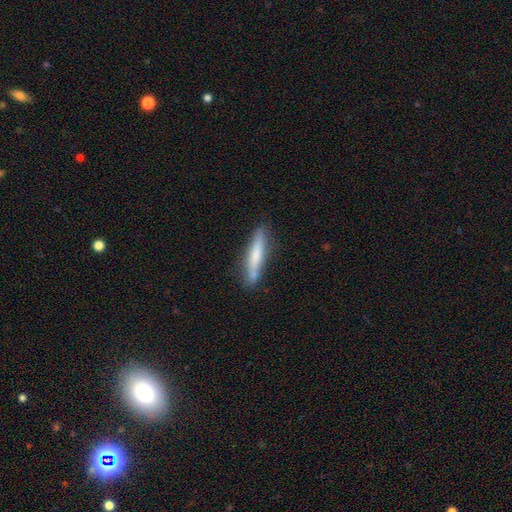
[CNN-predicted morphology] smooth 64%, featured or disk 30%, star or artifact 6%. Down the decision tree: how rounded — cigar-shaped (92%); merging — none (79%).